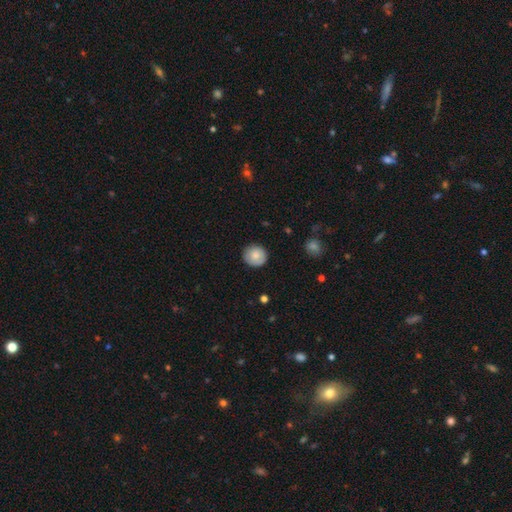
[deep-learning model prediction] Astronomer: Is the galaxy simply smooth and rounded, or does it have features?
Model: smooth — 81%.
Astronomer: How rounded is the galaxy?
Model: round — 92%.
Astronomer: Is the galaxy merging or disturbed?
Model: none — 87%.